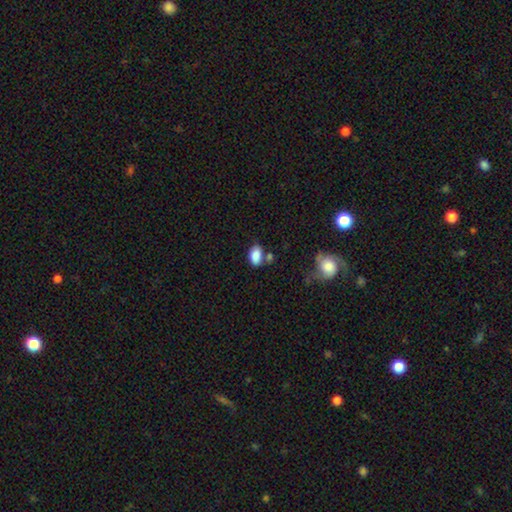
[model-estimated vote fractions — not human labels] This appears to be a smooth galaxy with no disk features (86%) that is in between round and cigar-shaped (89%). Merging: none (61%).